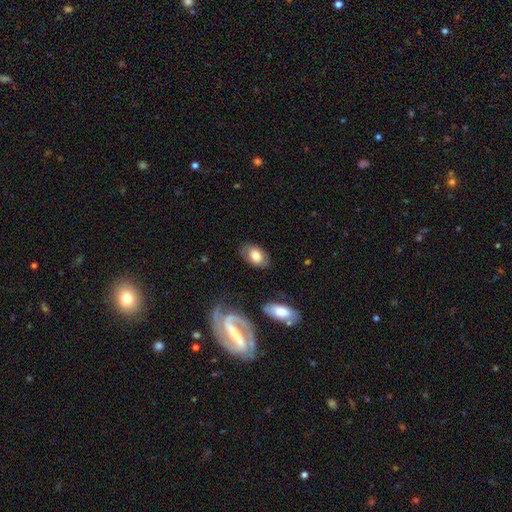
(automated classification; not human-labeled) This is likely a smooth galaxy (72%). How rounded: clearly in between (90%). Merging: likely none (76%).